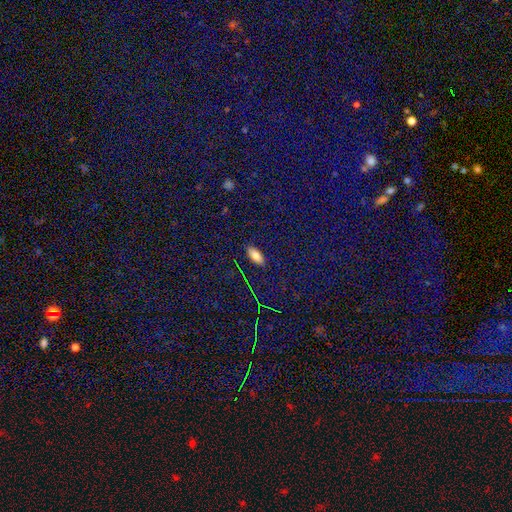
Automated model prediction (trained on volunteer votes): smooth 76%, star or artifact 13%, featured or disk 10%. Down the decision tree: how rounded — in between (84%); merging — none (88%).